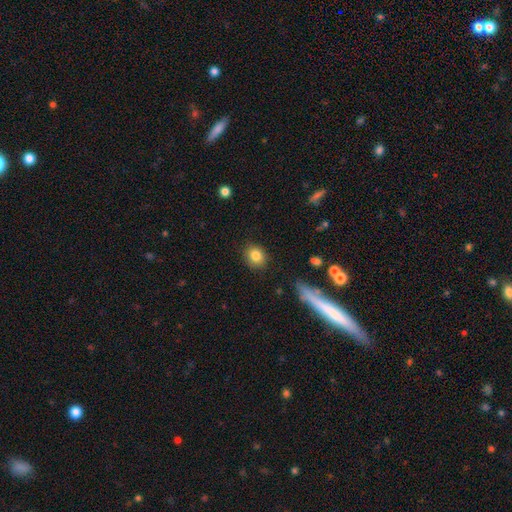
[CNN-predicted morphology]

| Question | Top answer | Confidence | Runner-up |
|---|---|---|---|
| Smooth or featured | smooth | 83% | star or artifact (10%) |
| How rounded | round | 72% | in between (26%) |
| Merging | none | 87% | minor disturbance (9%) |